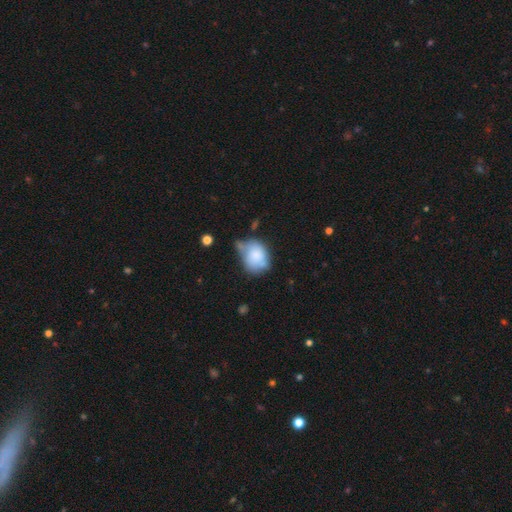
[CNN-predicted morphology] Smooth or featured?
  - smooth: 76% *
  - featured or disk: 16%
  - star or artifact: 8%
How rounded?
  - in between: 58% *
  - round: 41%
  - cigar-shaped: 1%
Merging?
  - minor disturbance: 36% *
  - none: 31%
  - merger: 18%
  - major disturbance: 15%